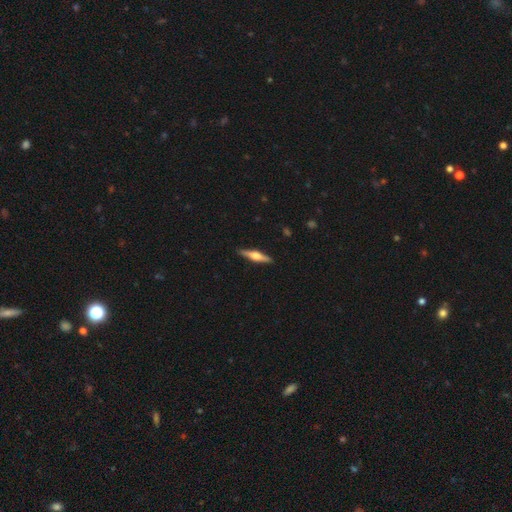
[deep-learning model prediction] Smooth or featured? Predicted: featured or disk (p=0.66). Edge-on disk? Predicted: yes (p=0.97). Edge-on bulge? Predicted: rounded (p=0.91). Merging? Predicted: none (p=0.91).